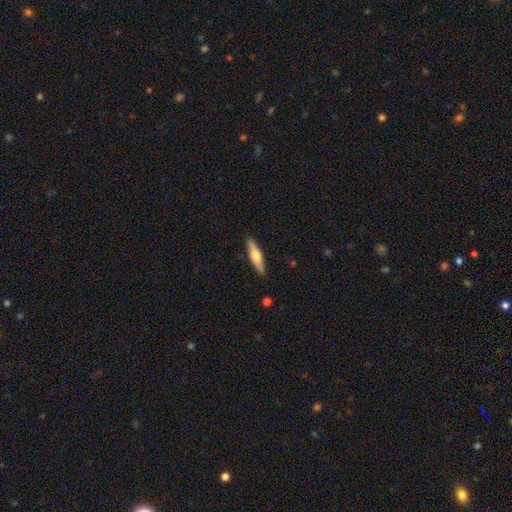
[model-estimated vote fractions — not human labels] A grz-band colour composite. It shows a featured or disk galaxy (50%) viewed edge-on (94%). Merging: none (90%).